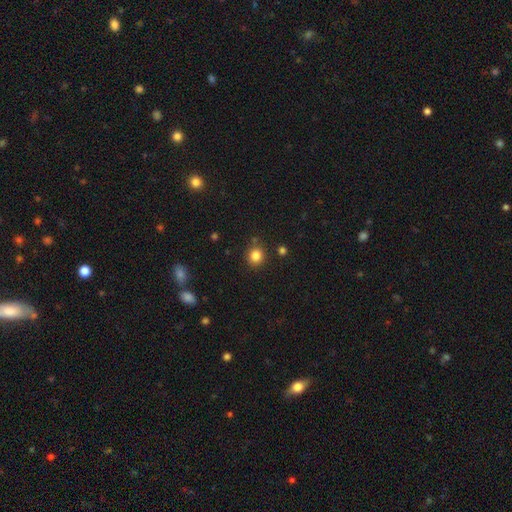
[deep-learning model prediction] Smooth or featured? smooth (83%)
How rounded? round (87%)
Merging? none (84%)